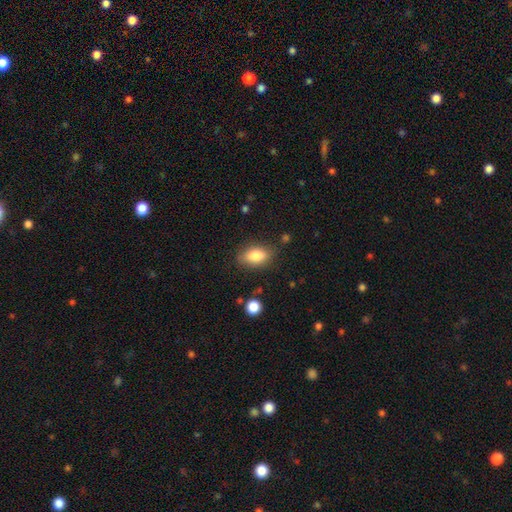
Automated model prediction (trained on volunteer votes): smooth 83%, featured or disk 9%, star or artifact 8%. Down the decision tree: how rounded — in between (88%); merging — none (80%).